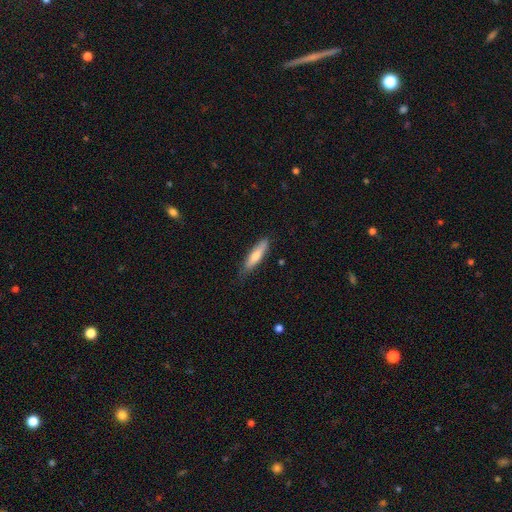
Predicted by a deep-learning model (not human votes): Q: Smooth or featured?
A: smooth (69%); runner-up: featured or disk (25%)
Q: How rounded?
A: cigar-shaped (79%); runner-up: in between (20%)
Q: Merging?
A: none (78%); runner-up: minor disturbance (18%)